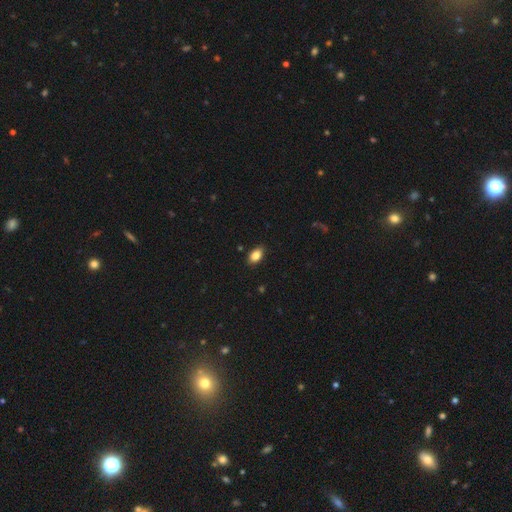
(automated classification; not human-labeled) smooth 85%, star or artifact 8%, featured or disk 7%. Down the decision tree: how rounded — in between (88%); merging — none (88%).